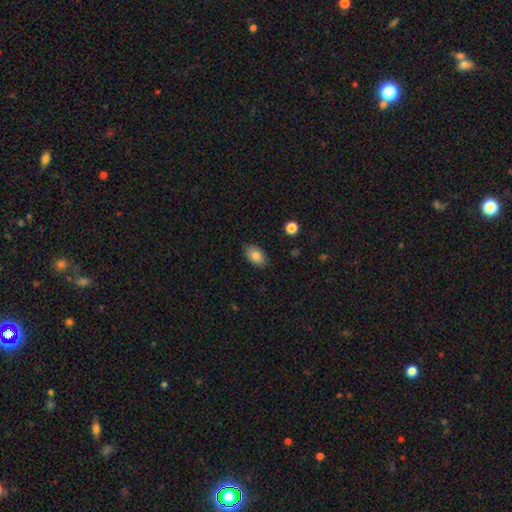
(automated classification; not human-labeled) This is clearly a smooth galaxy (82%). How rounded: clearly in between (90%). Merging: clearly none (86%).